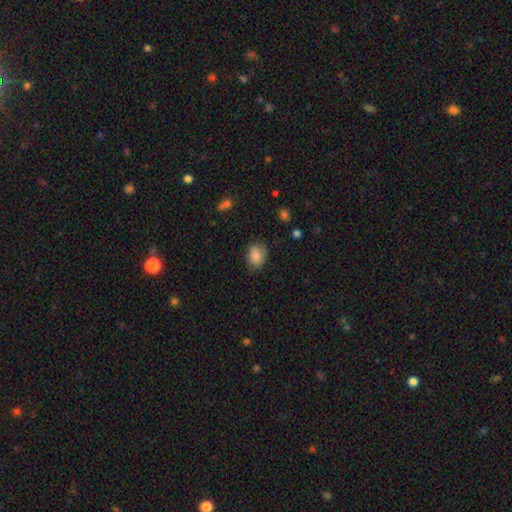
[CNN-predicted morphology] This appears to be a smooth galaxy with no disk features (81%) that is in between round and cigar-shaped (69%). Merging: none (73%).